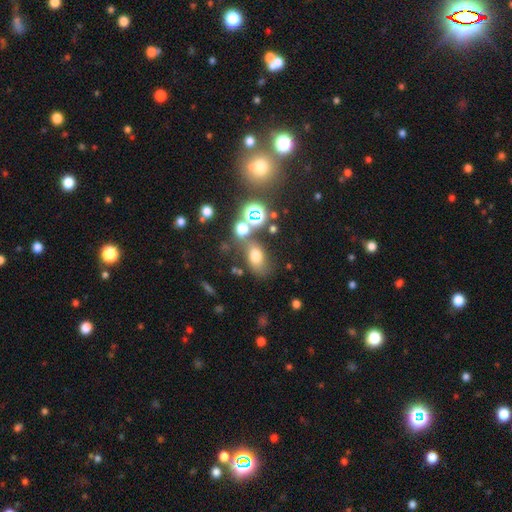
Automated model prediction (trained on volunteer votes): Q: Smooth or featured?
A: smooth (64%); runner-up: star or artifact (22%)
Q: How rounded?
A: in between (75%); runner-up: round (23%)
Q: Merging?
A: none (57%); runner-up: merger (19%)